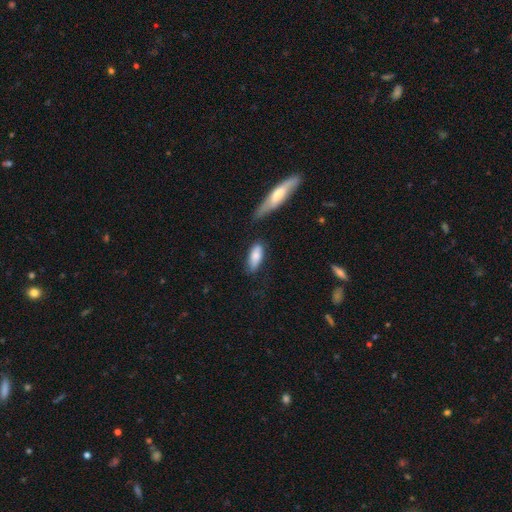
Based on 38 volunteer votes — Smooth or featured? smooth (74%)
How rounded? in between (71%)
Merging? none (49%, tied with minor disturbance)